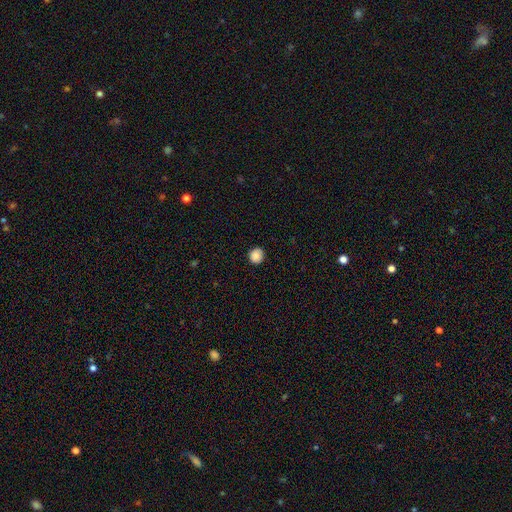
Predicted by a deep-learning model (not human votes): Smooth or featured: smooth — 87% (star or artifact — 9%)
How rounded: round — 89% (in between — 10%)
Merging: none — 89% (minor disturbance — 8%)